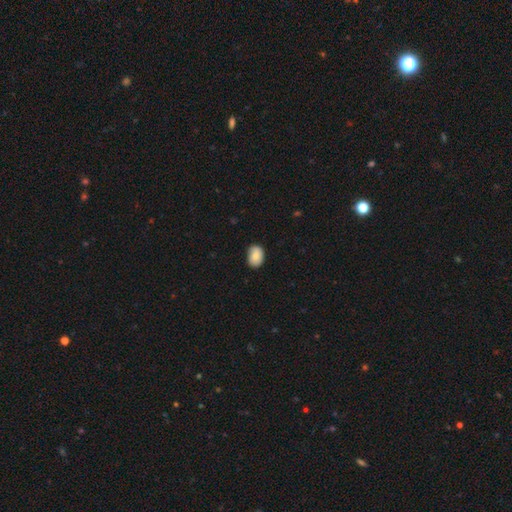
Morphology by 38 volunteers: Smooth or featured? 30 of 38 (79%) said smooth. How rounded? 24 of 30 (80%) said in between. Merging? 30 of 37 (81%) said none.